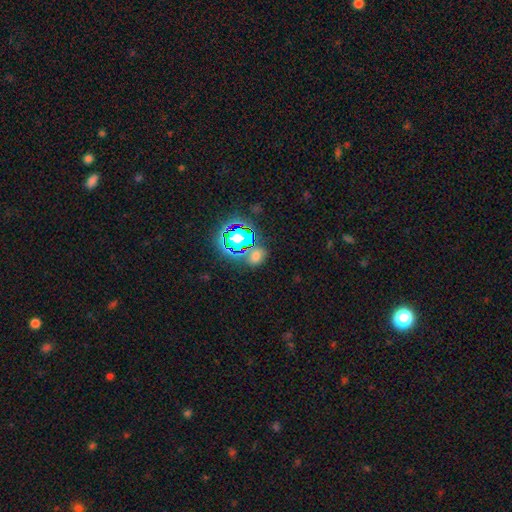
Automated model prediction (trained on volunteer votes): A smooth galaxy with no disk features (49%). Merging: none (68%).